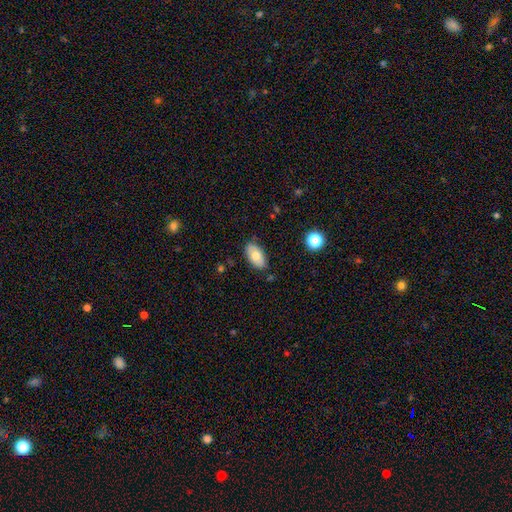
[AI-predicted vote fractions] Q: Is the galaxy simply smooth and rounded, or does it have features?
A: smooth — 72%.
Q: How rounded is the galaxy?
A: in between — 93%.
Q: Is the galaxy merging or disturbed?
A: none — 82%.